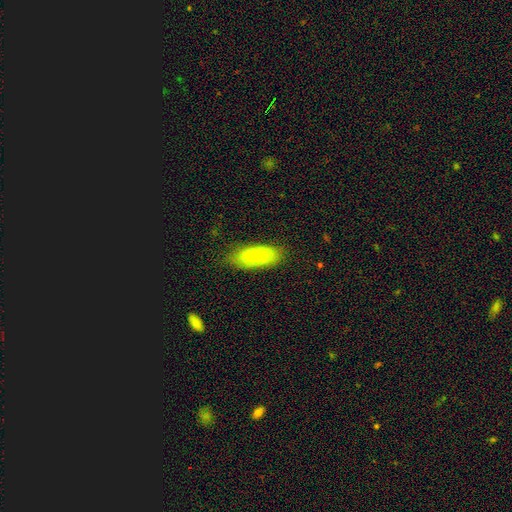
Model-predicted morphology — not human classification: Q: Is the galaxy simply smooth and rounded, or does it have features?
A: smooth — 79%.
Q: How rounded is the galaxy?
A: in between — 80%.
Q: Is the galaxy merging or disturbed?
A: none — 71%.